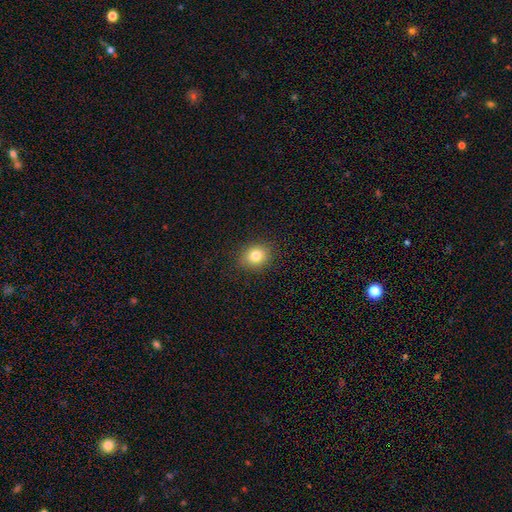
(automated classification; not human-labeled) smooth-or-featured: smooth: 80% | star or artifact: 12% | featured or disk: 8%
  how-rounded: round: 65% | in between: 34% | cigar-shaped: 1%
  merging: none: 88% | minor disturbance: 8% | major disturbance: 2% | merger: 1%